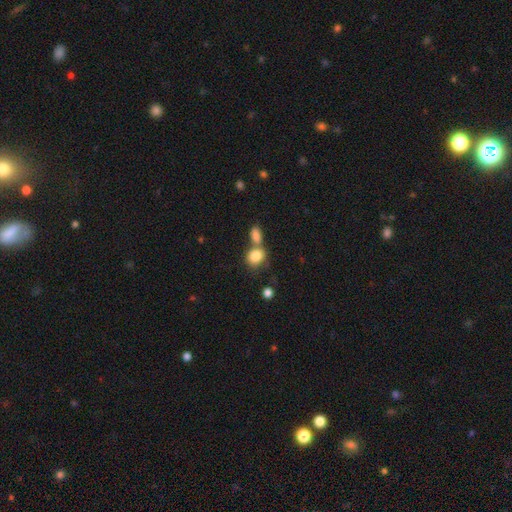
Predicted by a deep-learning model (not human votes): smooth_or_featured: smooth (p=0.84) [alt: star or artifact p=0.08]
how_rounded: round (p=0.53) [alt: in between p=0.45]
merging: merger (p=0.48) [alt: none p=0.36]